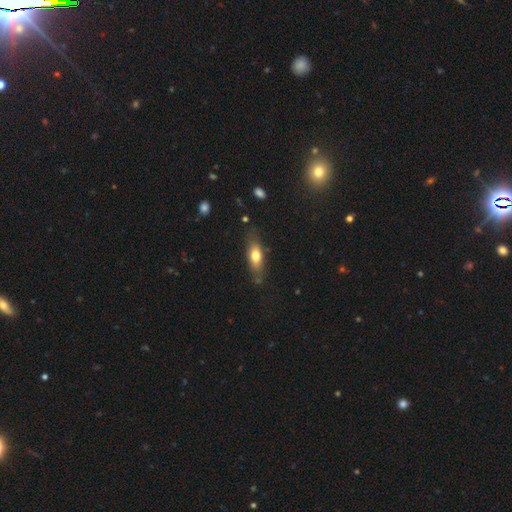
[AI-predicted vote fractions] Morphology: type=smooth (68%); roundness=in between (65%); merging=none (73%).